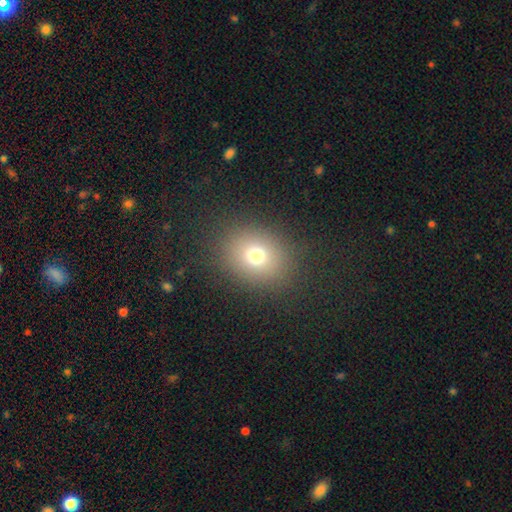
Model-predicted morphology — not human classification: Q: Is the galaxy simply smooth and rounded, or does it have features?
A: smooth — 73%.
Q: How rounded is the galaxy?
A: round — 61%.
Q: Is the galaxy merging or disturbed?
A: none — 86%.